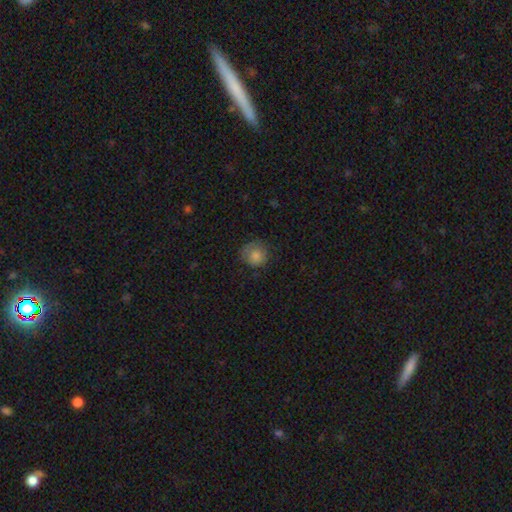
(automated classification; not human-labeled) Smooth or featured?
  - smooth: 79% *
  - featured or disk: 11%
  - star or artifact: 10%
How rounded?
  - round: 87% *
  - in between: 12%
  - cigar-shaped: 1%
Merging?
  - none: 70% *
  - minor disturbance: 21%
  - major disturbance: 7%
  - merger: 1%